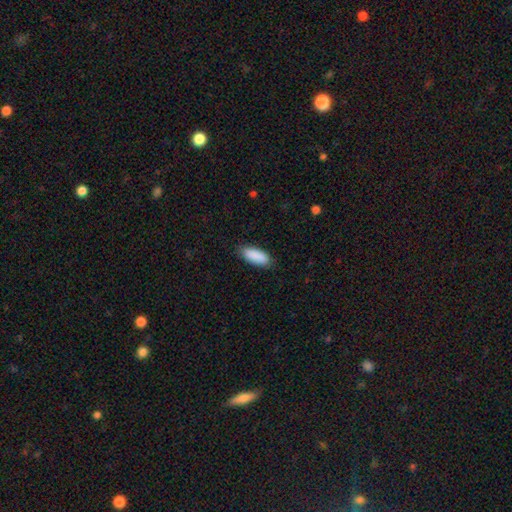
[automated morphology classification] Overall: smooth (91%). How rounded: in between (79%). Merging: none (86%).